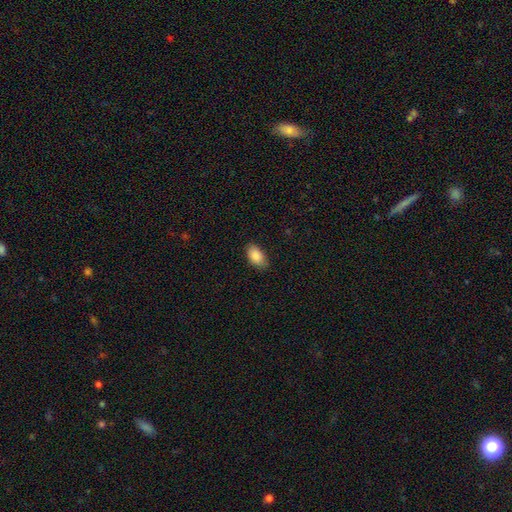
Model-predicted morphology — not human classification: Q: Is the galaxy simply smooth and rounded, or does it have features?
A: smooth — 89%.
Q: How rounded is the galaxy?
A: in between — 94%.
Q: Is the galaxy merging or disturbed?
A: none — 85%.